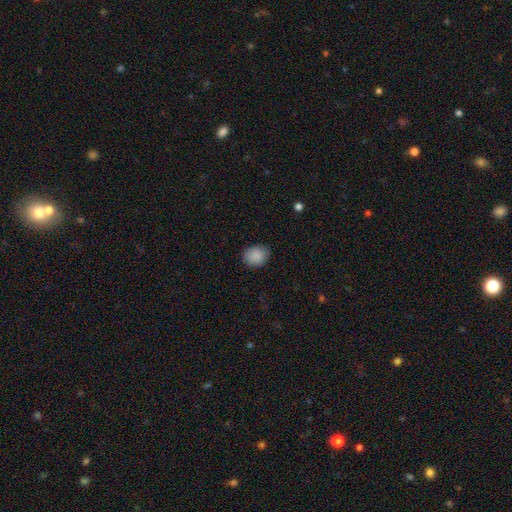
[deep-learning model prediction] A smooth galaxy with no disk features (88%) that is round (55%).

Vote fractions:
- Smooth or featured? smooth: 88% / star or artifact: 8% / featured or disk: 4%
- How rounded? round: 55% / in between: 44% / cigar-shaped: 1%
- Merging? none: 83% / minor disturbance: 14% / major disturbance: 3% / merger: 1%